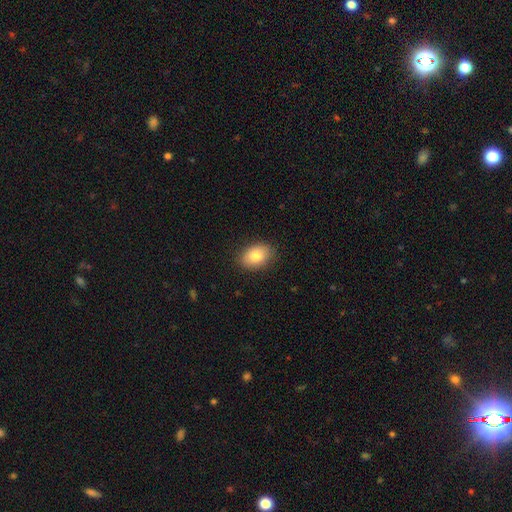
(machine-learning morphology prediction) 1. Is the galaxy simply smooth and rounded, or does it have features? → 83% smooth, 9% featured or disk, 8% star or artifact.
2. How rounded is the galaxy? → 81% in between, 18% round, 1% cigar-shaped.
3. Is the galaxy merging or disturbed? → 87% none, 10% minor disturbance, 2% major disturbance, 1% merger.